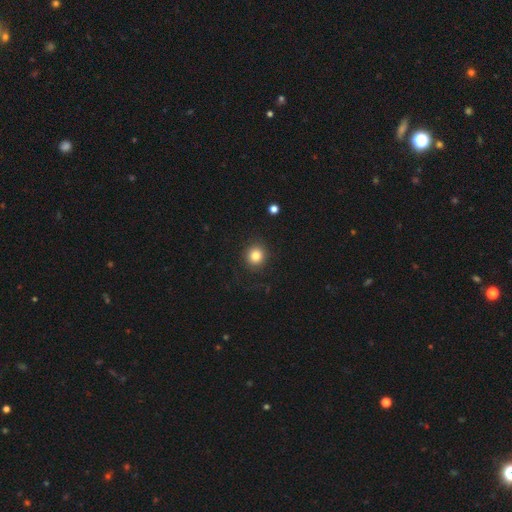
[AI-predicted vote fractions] Smooth or featured: smooth — 83% (star or artifact — 11%)
How rounded: round — 90% (in between — 9%)
Merging: none — 88% (minor disturbance — 7%)